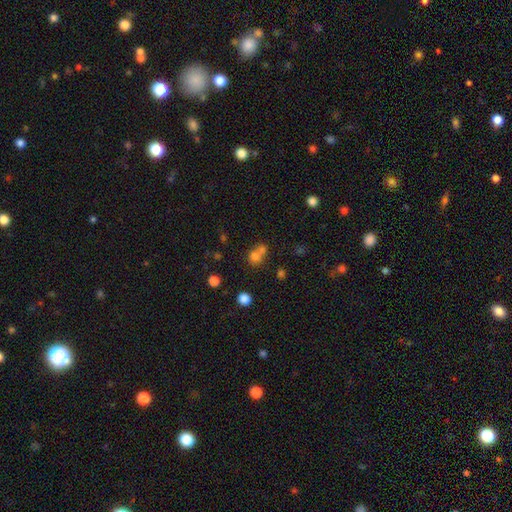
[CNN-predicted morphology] type=smooth (71%); roundness=round (76%); merging=merger (55%).